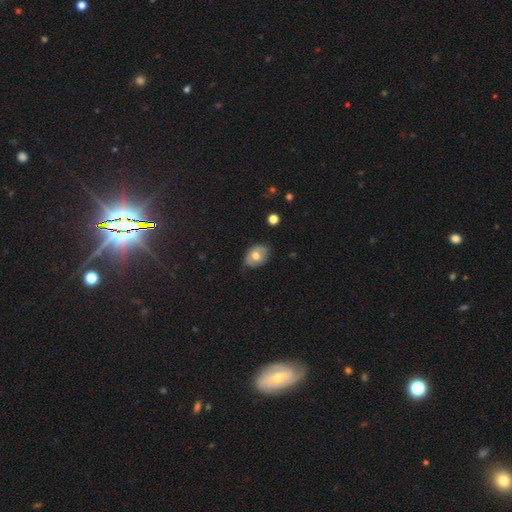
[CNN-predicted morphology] smooth-or-featured: smooth: 57% | featured or disk: 34% | star or artifact: 9%
  how-rounded: in between: 65% | round: 34% | cigar-shaped: 1%
  merging: none: 61% | minor disturbance: 30% | major disturbance: 7% | merger: 2%